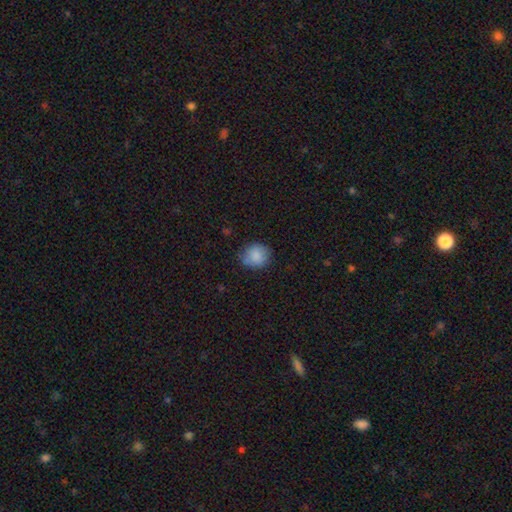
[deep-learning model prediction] Smooth or featured: smooth — 86% (star or artifact — 8%)
How rounded: round — 81% (in between — 18%)
Merging: none — 76% (minor disturbance — 19%)